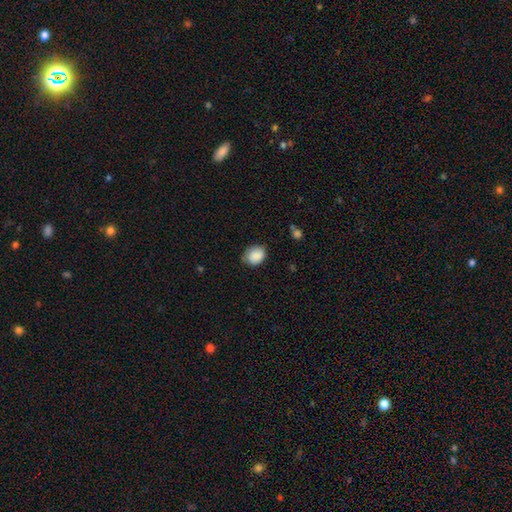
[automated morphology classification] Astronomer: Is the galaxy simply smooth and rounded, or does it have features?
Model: smooth — 89%.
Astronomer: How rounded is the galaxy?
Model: in between — 52% (runner-up: round, 47%).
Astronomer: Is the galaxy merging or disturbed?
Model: none — 70%.